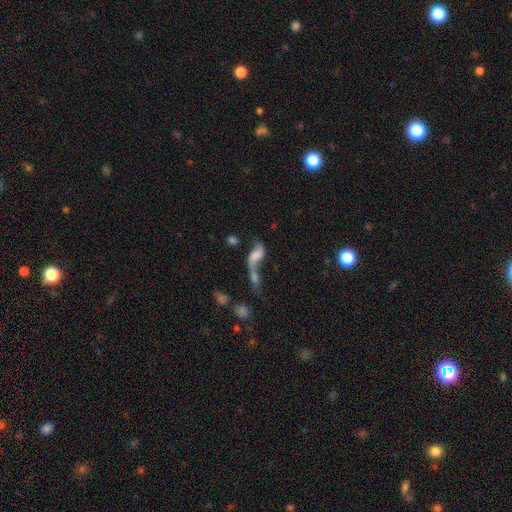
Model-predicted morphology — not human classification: featured or disk 56%, smooth 32%, star or artifact 12%. Down the decision tree: edge-on disk — no (92%); bar — no (58%); spiral arms — yes (75%); bulge size — none (45%); merging — merger (59%).